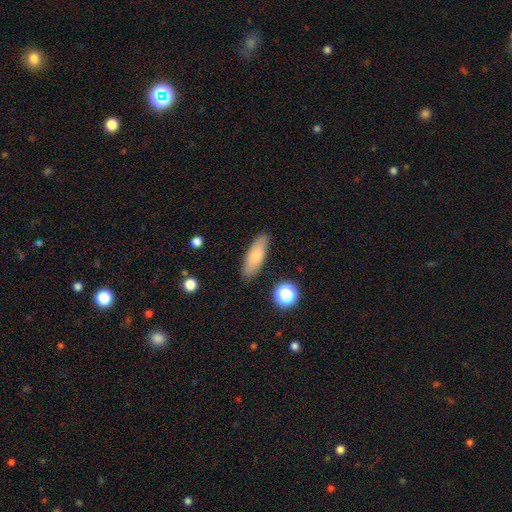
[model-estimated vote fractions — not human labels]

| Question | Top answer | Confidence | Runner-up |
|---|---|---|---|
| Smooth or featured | smooth | 75% | featured or disk (17%) |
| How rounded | in between | 66% | cigar-shaped (32%) |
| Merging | none | 84% | minor disturbance (11%) |